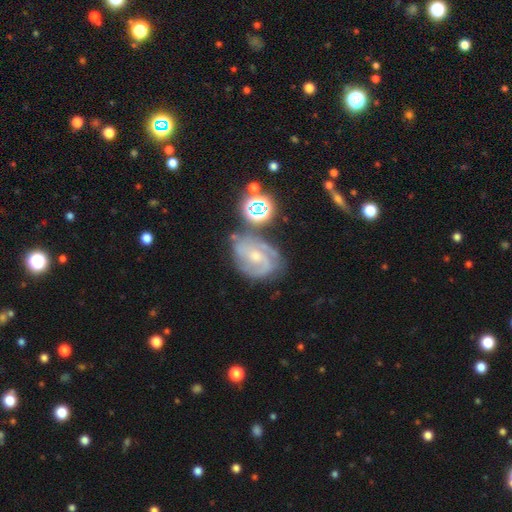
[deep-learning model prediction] This is likely a featured or disk galaxy (79%). It is clearly not viewed edge-on (97%). Bar: possibly no (52%). Spiral arm pattern: clearly yes (95%). Spiral arm count: possibly 2 (46%). Spiral winding: possibly tight (45%). Central bulge: possibly small (57%). Merging: likely none (60%).